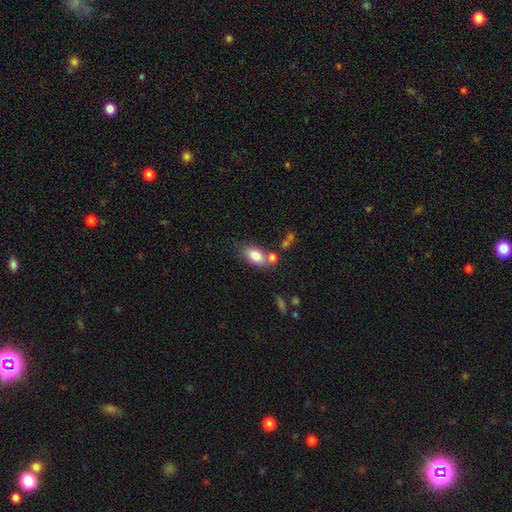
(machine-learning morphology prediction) A smooth galaxy with no disk features (82%) that is in between round and cigar-shaped (88%). Merging: none (54%).